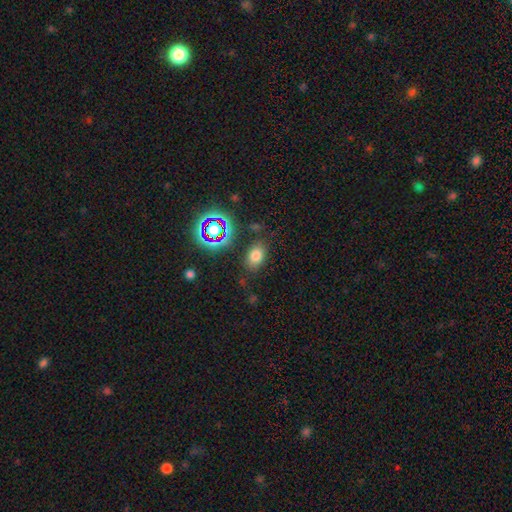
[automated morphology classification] A smooth galaxy with no disk features (72%) that is in between round and cigar-shaped (82%). Merging: none (80%).